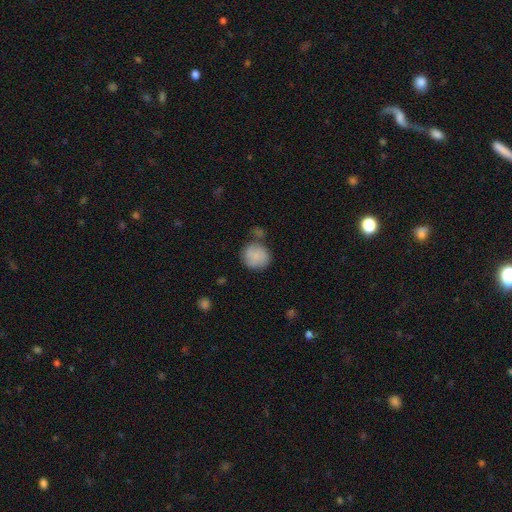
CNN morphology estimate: smooth 73%, featured or disk 20%, star or artifact 7%. Down the decision tree: how rounded — round (87%); merging — none (60%).